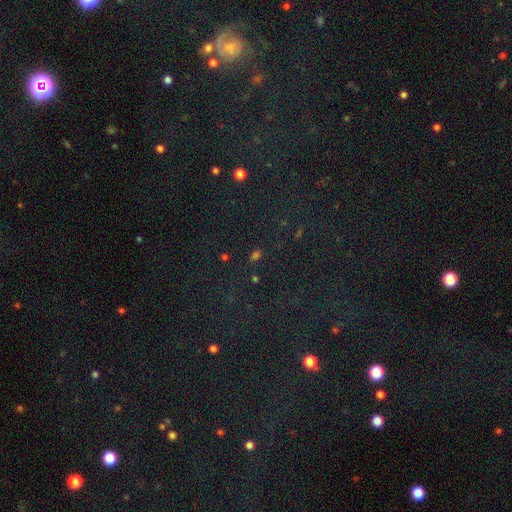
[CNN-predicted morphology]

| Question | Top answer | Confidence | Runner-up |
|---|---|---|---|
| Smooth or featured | star or artifact | 58% | smooth (34%) |